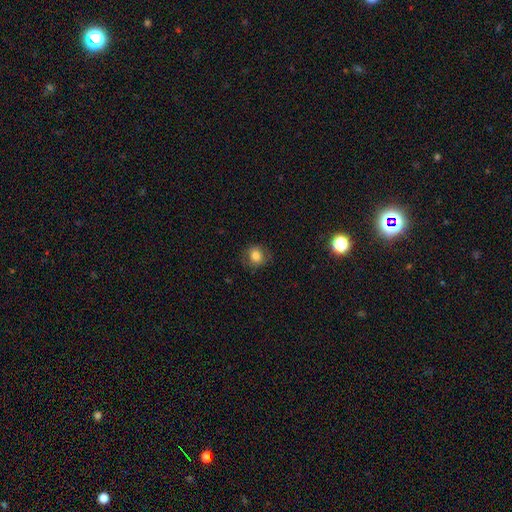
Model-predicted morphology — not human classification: Smooth or featured? smooth (80%)
How rounded? round (78%)
Merging? none (80%)